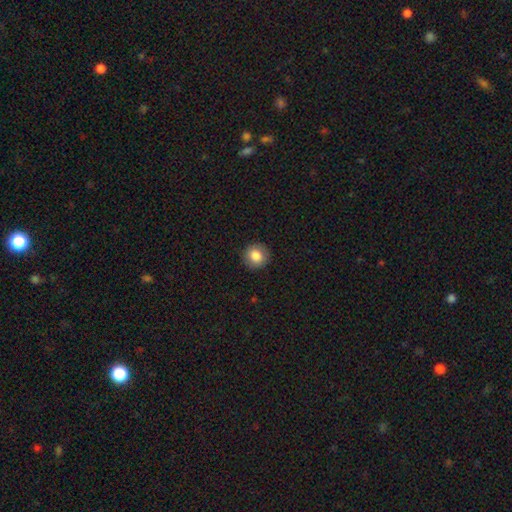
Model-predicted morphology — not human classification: A smooth galaxy with no disk features (83%) that is round (93%).

Vote fractions:
- Smooth or featured? smooth: 83% / star or artifact: 9% / featured or disk: 8%
- How rounded? round: 93% / in between: 6% / cigar-shaped: 1%
- Merging? none: 91% / minor disturbance: 6% / major disturbance: 2% / merger: 1%